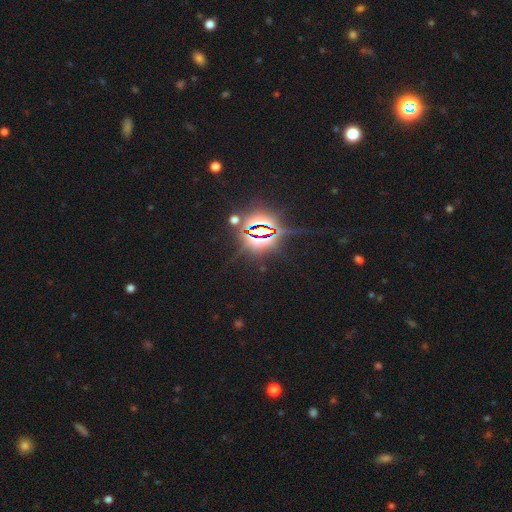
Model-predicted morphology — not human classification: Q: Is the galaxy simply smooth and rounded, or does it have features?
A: star or artifact — 85%.